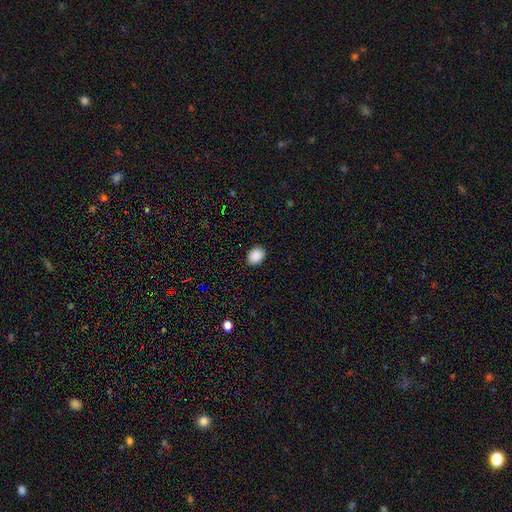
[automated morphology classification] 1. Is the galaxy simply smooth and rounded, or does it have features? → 89% smooth, 9% star or artifact, 3% featured or disk.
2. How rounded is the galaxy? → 53% in between, 46% round, 1% cigar-shaped.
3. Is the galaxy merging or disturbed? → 89% none, 8% minor disturbance, 2% major disturbance, 1% merger.